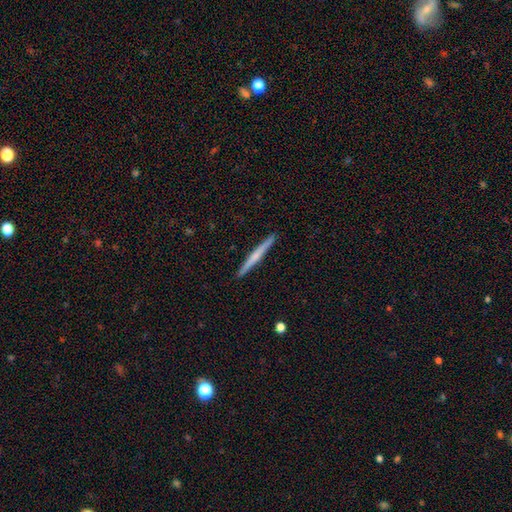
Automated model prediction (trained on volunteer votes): Smooth or featured: featured or disk — 54% (smooth — 40%)
Edge-on disk: yes — 98% (no — 2%)
Edge-on bulge: none — 50% (rounded — 43%)
Merging: none — 93% (minor disturbance — 5%)